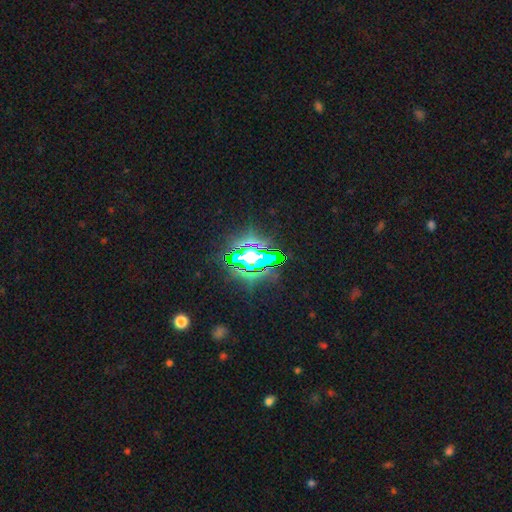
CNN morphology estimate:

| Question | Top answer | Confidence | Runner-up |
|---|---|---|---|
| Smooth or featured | star or artifact | 75% | smooth (13%) |